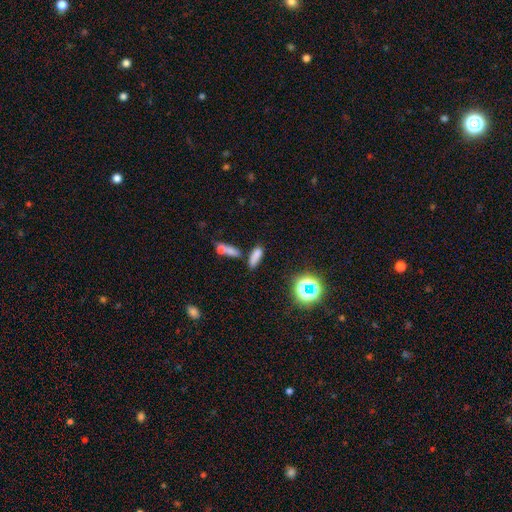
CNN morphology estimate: Overall: smooth (71%). How rounded: in between (60%; cigar-shaped 34%). Merging: none (57%; merger 21%).